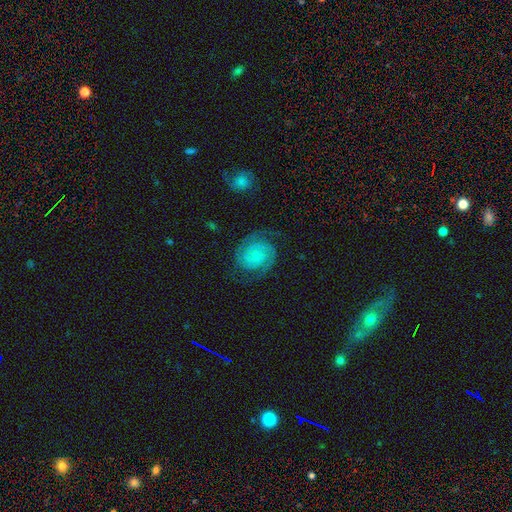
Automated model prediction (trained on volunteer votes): Overall: featured or disk (84%). Edge-on disk: no (98%). Bar: no (73%). Spiral arms: yes (97%). Spiral arm count: 2 (89%). Spiral winding: tight (59%; medium 33%). Bulge size: small (72%). Merging: none (78%).